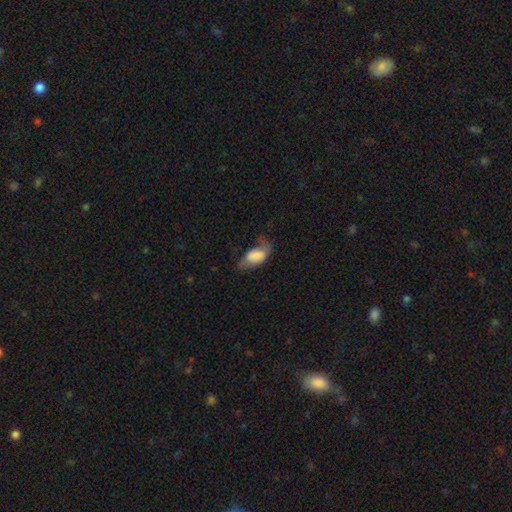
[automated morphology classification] type=smooth (71%); roundness=in between (92%); merging=none (34%).